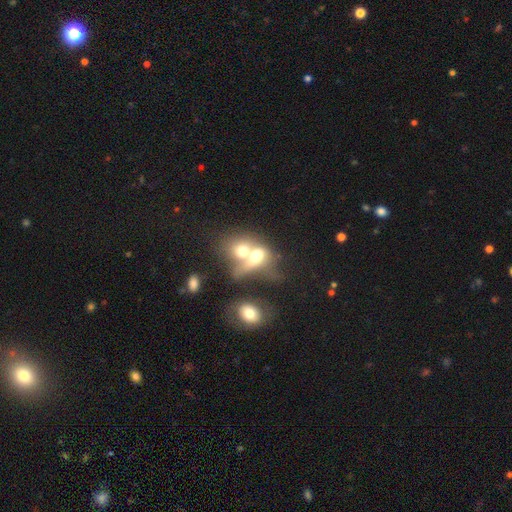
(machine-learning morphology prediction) Smooth or featured? Predicted: smooth (p=0.59). How rounded? Predicted: in between (p=0.56). Merging? Predicted: merger (p=0.76).